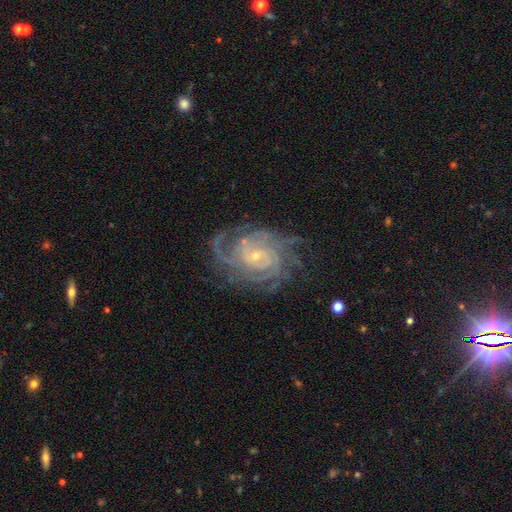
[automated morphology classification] This appears to be a featured or disk galaxy (89%) with no bar (62%), 4 (27%) tight (68%) spiral arms (98%) and a small central bulge (80%). Merging: none (74%).